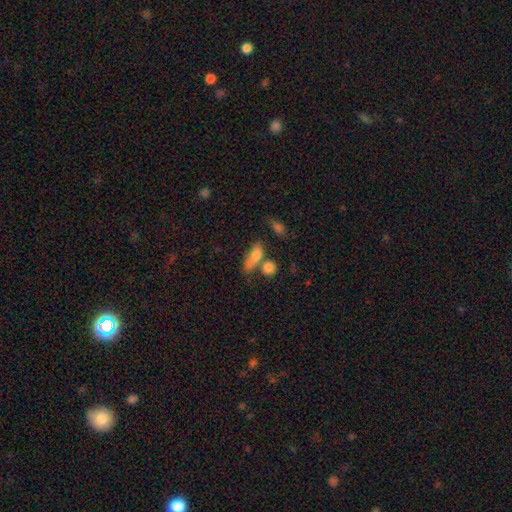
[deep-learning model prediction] Smooth or featured? Predicted: smooth (p=0.75). How rounded? Predicted: in between (p=0.71). Merging? Predicted: none (p=0.39).